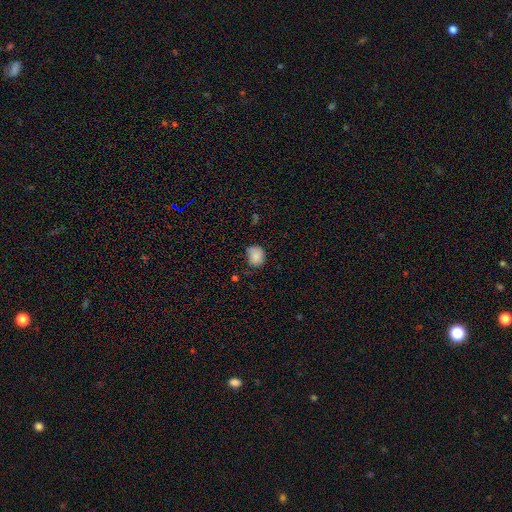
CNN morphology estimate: smooth_or_featured: smooth (p=0.84) [alt: star or artifact p=0.09]
how_rounded: round (p=0.67) [alt: in between p=0.33]
merging: none (p=0.61) [alt: minor disturbance p=0.31]